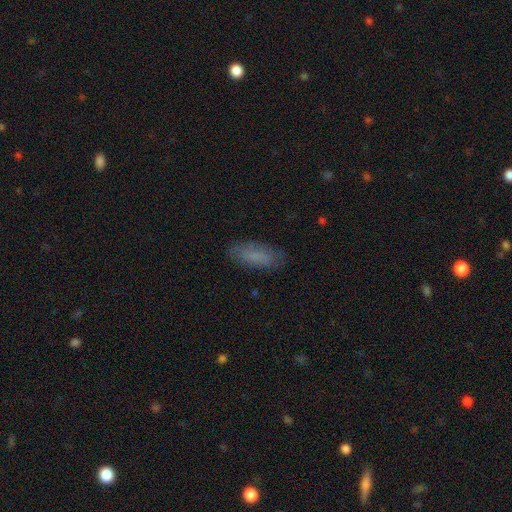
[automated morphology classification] This is likely a smooth galaxy (76%). How rounded: likely in between (72%). Merging: likely none (79%).